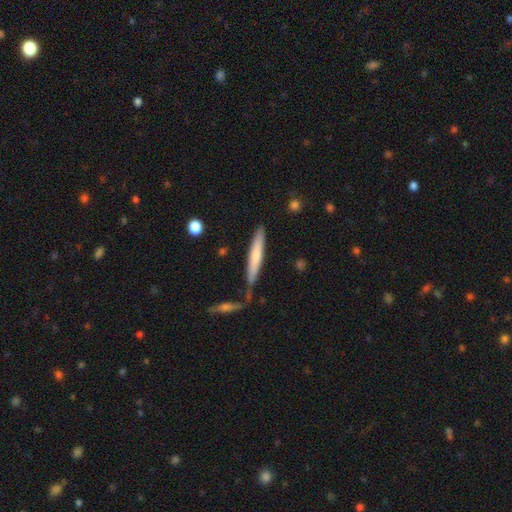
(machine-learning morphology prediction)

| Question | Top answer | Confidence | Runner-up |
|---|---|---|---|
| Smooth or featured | smooth | 63% | featured or disk (31%) |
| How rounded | cigar-shaped | 93% | in between (6%) |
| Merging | none | 74% | minor disturbance (14%) |